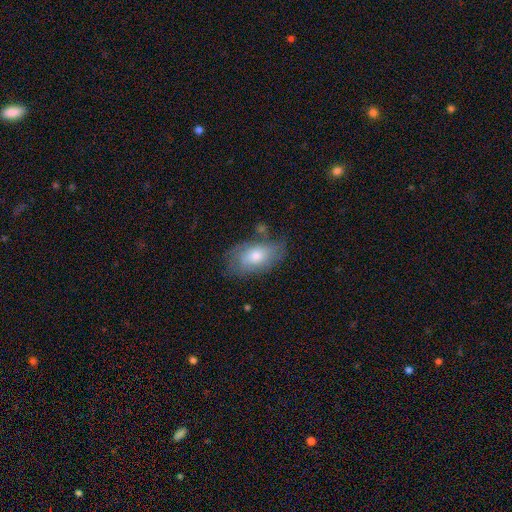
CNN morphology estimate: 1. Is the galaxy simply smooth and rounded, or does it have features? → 54% smooth, 38% featured or disk, 8% star or artifact.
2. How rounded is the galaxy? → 90% in between, 7% round, 3% cigar-shaped.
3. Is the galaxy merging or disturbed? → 58% none, 27% minor disturbance, 11% major disturbance, 4% merger.